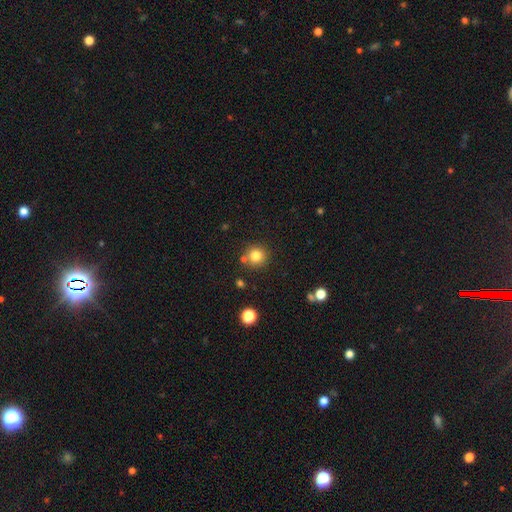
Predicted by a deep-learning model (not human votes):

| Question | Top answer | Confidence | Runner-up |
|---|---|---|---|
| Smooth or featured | smooth | 81% | star or artifact (12%) |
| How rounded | round | 93% | in between (6%) |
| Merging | none | 80% | merger (10%) |